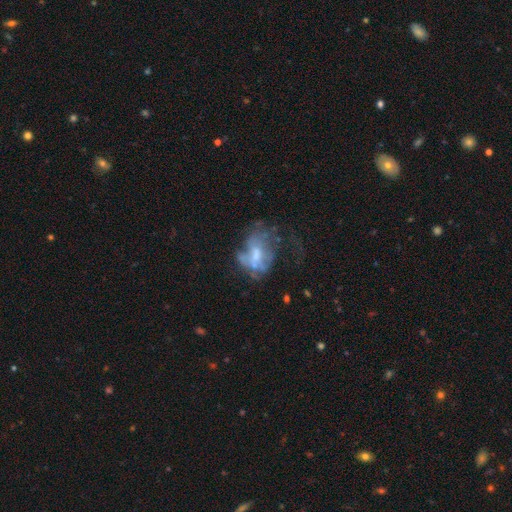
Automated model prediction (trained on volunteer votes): Q: Smooth or featured?
A: featured or disk (56%); runner-up: smooth (31%)
Q: Edge-on disk?
A: no (97%); runner-up: yes (3%)
Q: Bar?
A: no (69%); runner-up: weak (25%)
Q: Spiral arms?
A: no (80%); runner-up: yes (20%)
Q: Bulge size?
A: moderate (36%); runner-up: none (29%)
Q: Merging?
A: major disturbance (47%); runner-up: none (22%)